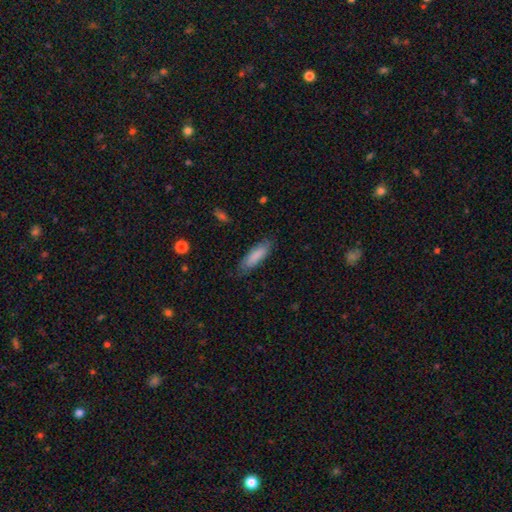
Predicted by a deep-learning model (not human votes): smooth 85%, featured or disk 10%, star or artifact 6%. Down the decision tree: how rounded — cigar-shaped (50%); merging — none (79%).